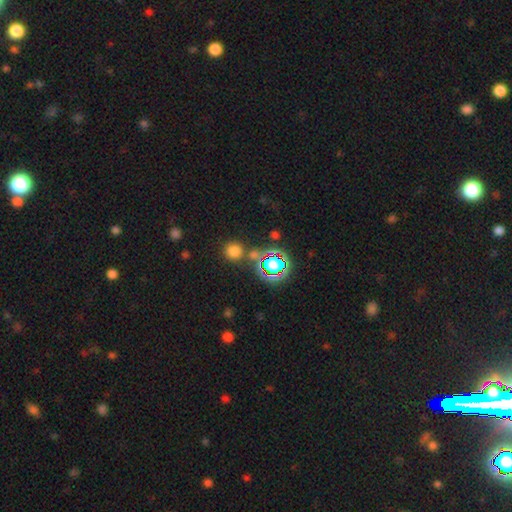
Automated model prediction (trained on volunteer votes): Smooth or featured?
  - star or artifact: 50% *
  - smooth: 43%
  - featured or disk: 8%